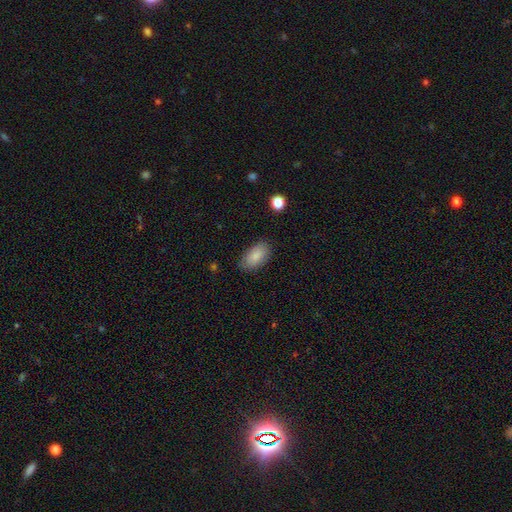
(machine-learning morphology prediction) smooth_or_featured: smooth (p=0.86) [alt: featured or disk p=0.07]
how_rounded: in between (p=0.94) [alt: round p=0.03]
merging: none (p=0.82) [alt: minor disturbance p=0.13]